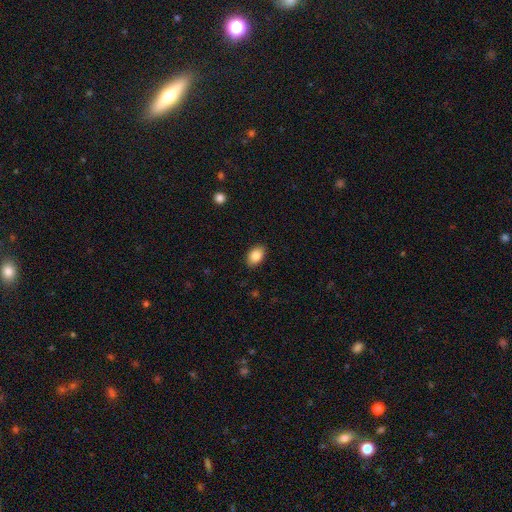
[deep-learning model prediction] Smooth or featured: smooth — 86% (star or artifact — 8%)
How rounded: in between — 85% (round — 13%)
Merging: none — 88% (minor disturbance — 9%)